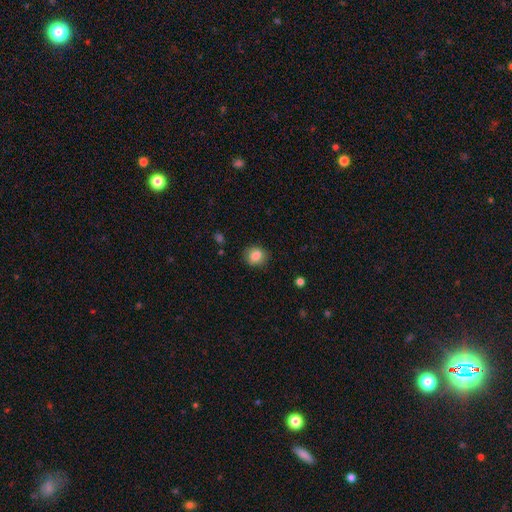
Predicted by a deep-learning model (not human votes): smooth-or-featured: smooth: 84% | star or artifact: 9% | featured or disk: 7%
  how-rounded: round: 63% | in between: 36% | cigar-shaped: 1%
  merging: none: 80% | minor disturbance: 15% | major disturbance: 4% | merger: 1%